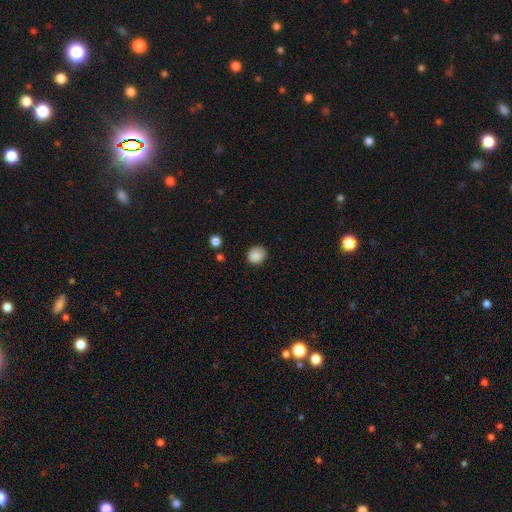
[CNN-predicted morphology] This appears to be a smooth galaxy with no disk features (88%) that is round (81%). Merging: none (86%).